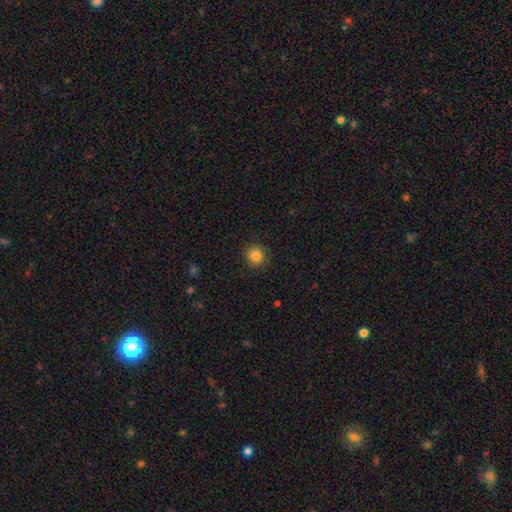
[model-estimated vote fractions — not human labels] The model was most divided on "smooth or featured": smooth: 84%, star or artifact: 11%, featured or disk: 5%. More confident: how rounded — round (93%); merging — none (91%).